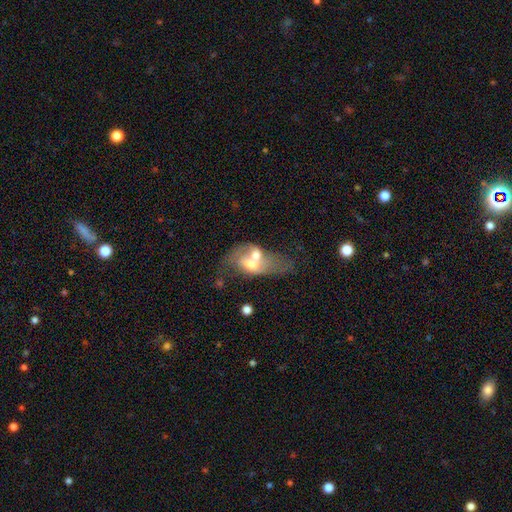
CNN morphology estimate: Smooth or featured? featured or disk (55%)
Edge-on disk? no (94%)
Bar? no (70%)
Spiral arms? no (57%)
Bulge size? moderate (60%)
Merging? merger (64%)